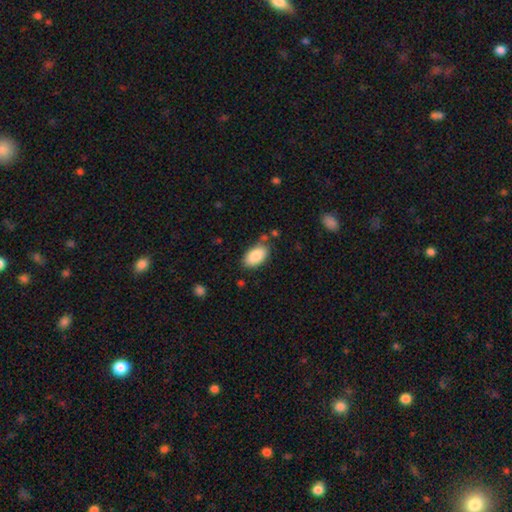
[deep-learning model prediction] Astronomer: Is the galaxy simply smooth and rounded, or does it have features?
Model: smooth — 88%.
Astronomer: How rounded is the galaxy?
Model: in between — 95%.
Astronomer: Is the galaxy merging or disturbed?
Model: none — 74%.